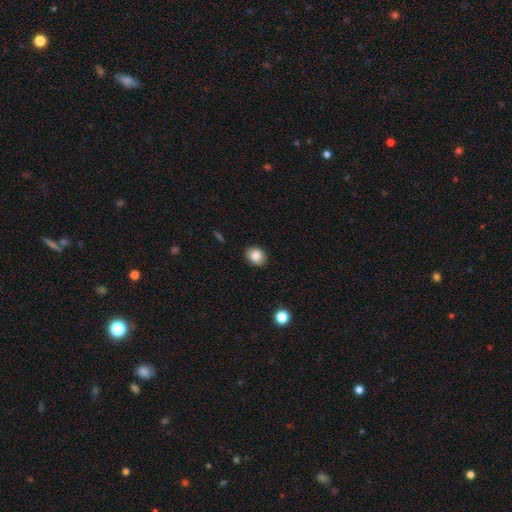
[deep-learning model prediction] Smooth or featured? Predicted: smooth (p=0.86). How rounded? Predicted: round (p=0.58). Merging? Predicted: none (p=0.87).